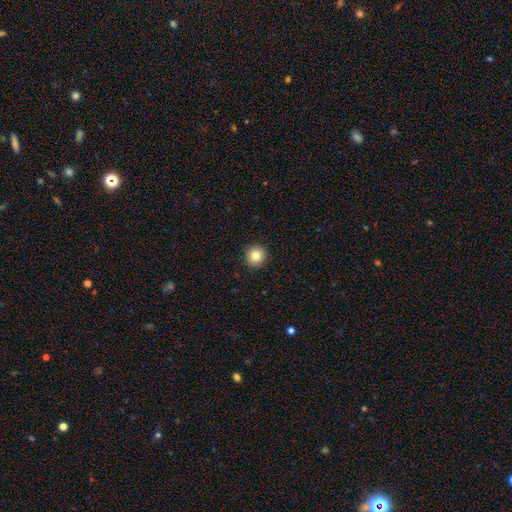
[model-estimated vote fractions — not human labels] Smooth or featured?
  - smooth: 83% *
  - star or artifact: 10%
  - featured or disk: 7%
How rounded?
  - round: 95% *
  - in between: 4%
  - cigar-shaped: 1%
Merging?
  - none: 93% *
  - minor disturbance: 5%
  - major disturbance: 2%
  - merger: 1%